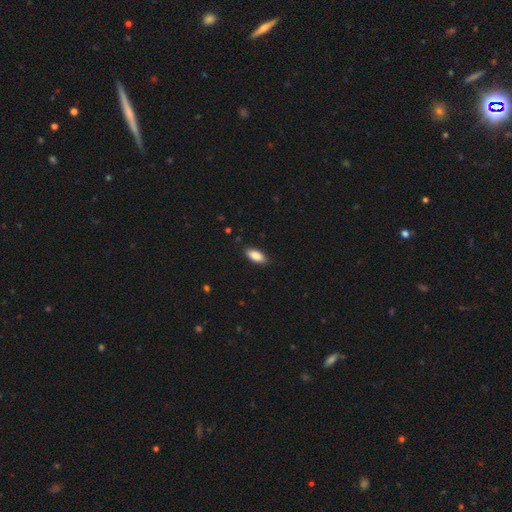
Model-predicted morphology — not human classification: The model was most divided on "how rounded": in between: 85%, cigar-shaped: 12%, round: 2%. More confident: merging — none (87%); smooth or featured — smooth (85%).